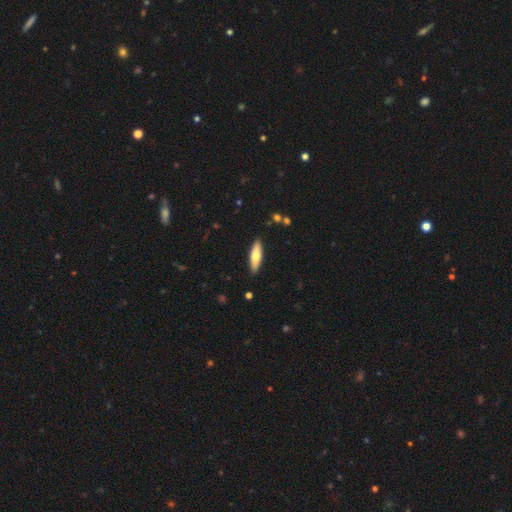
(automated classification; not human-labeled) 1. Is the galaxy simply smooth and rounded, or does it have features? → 67% smooth, 28% featured or disk, 5% star or artifact.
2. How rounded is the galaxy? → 61% cigar-shaped, 37% in between, 2% round.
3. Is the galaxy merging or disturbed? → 89% none, 8% minor disturbance, 2% major disturbance, 1% merger.